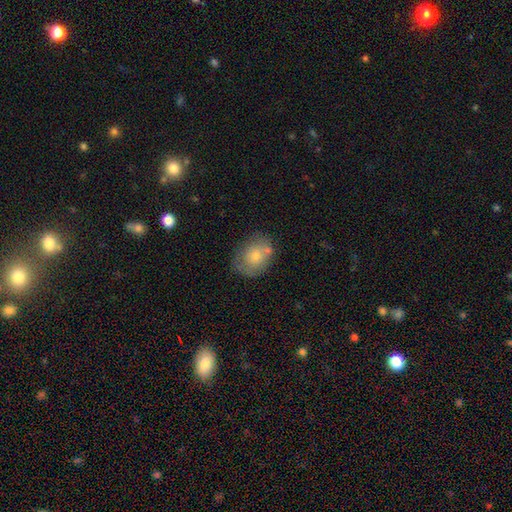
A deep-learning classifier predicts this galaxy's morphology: Smooth or featured: smooth — 67% (featured or disk — 24%)
How rounded: in between — 50% (round — 48%)
Merging: none — 65% (minor disturbance — 20%)